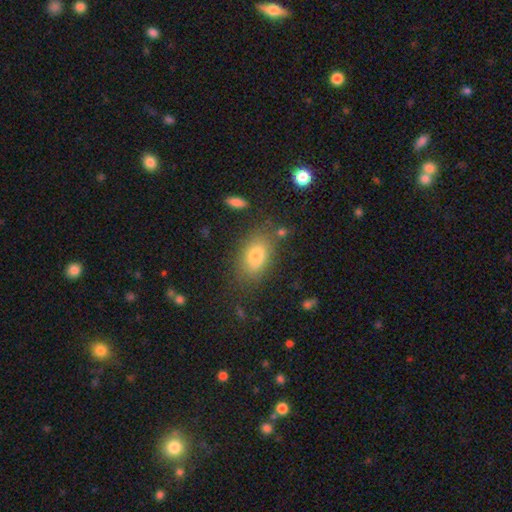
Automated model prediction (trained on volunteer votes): Q: Smooth or featured?
A: smooth (77%); runner-up: featured or disk (13%)
Q: How rounded?
A: in between (86%); runner-up: round (11%)
Q: Merging?
A: none (75%); runner-up: minor disturbance (15%)